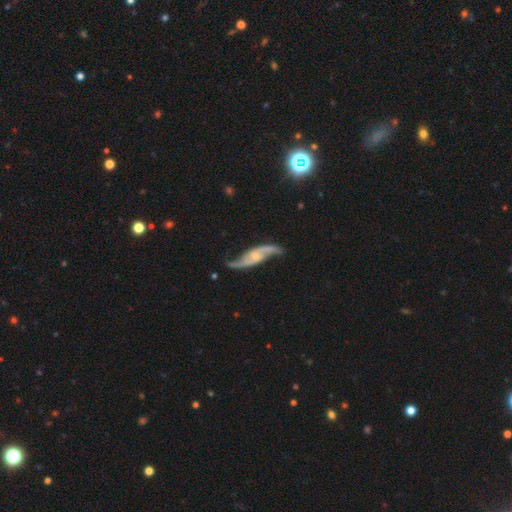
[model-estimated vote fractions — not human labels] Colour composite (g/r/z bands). It shows a featured or disk galaxy (87%) with no bar (51%), 2 (93%) loose (79%) spiral arms (96%) and a small central bulge (53%). Merging: none (72%).